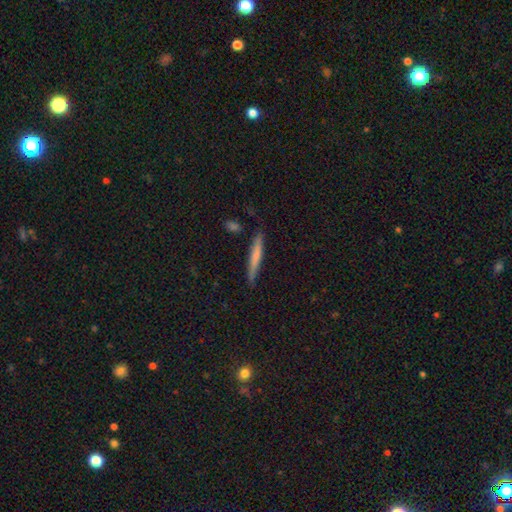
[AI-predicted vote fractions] Smooth or featured?
  - smooth: 59% *
  - featured or disk: 35%
  - star or artifact: 6%
How rounded?
  - cigar-shaped: 95% *
  - in between: 4%
  - round: 1%
Merging?
  - none: 83% *
  - minor disturbance: 12%
  - merger: 2%
  - major disturbance: 2%